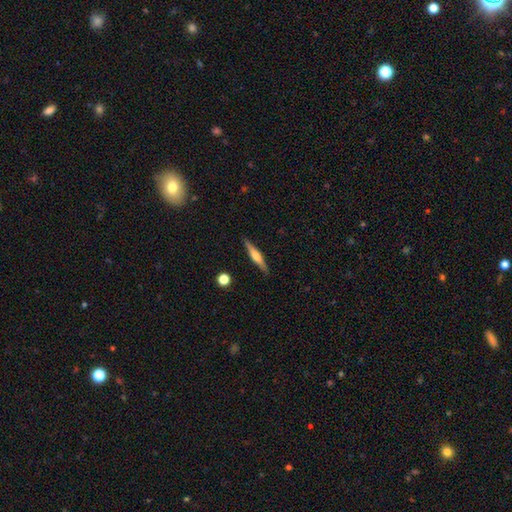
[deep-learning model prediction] Morphology: type=featured or disk (62%); edge-on=yes (97%); edge-on bulge=rounded (80%); merging=none (90%).